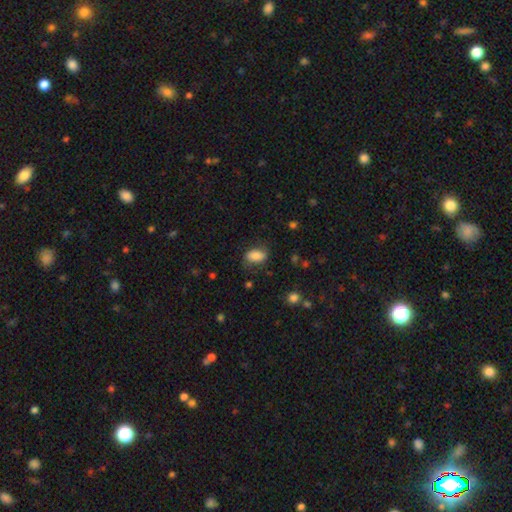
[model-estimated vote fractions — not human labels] This appears to be a smooth galaxy with no disk features (73%) that is in between round and cigar-shaped (87%). Merging: none (65%).